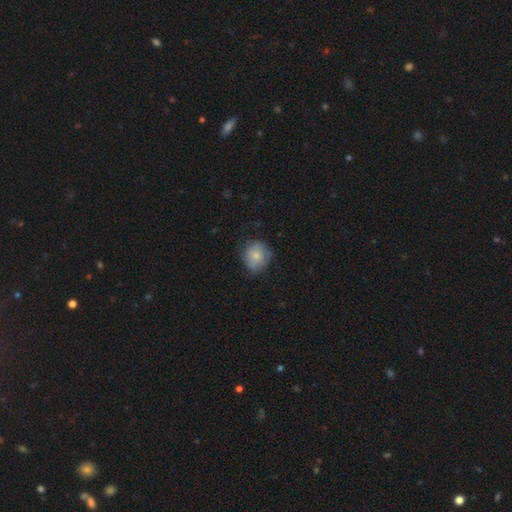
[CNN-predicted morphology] Smooth or featured? Predicted: smooth (p=0.75). How rounded? Predicted: round (p=0.78). Merging? Predicted: none (p=0.65).